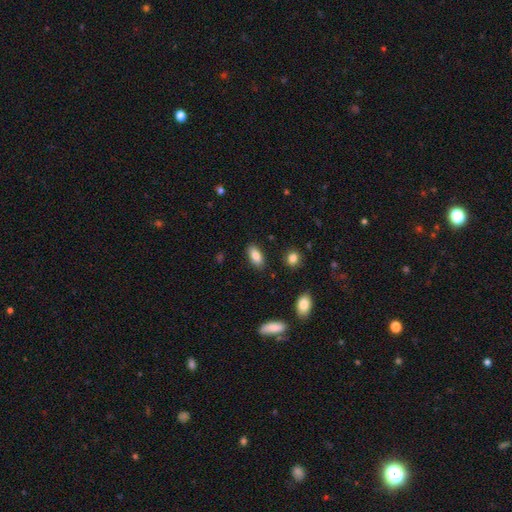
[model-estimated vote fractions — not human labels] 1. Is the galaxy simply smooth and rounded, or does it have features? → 84% smooth, 9% featured or disk, 8% star or artifact.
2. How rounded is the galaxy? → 87% in between, 9% cigar-shaped, 3% round.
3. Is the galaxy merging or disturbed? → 87% none, 9% minor disturbance, 2% major disturbance, 2% merger.